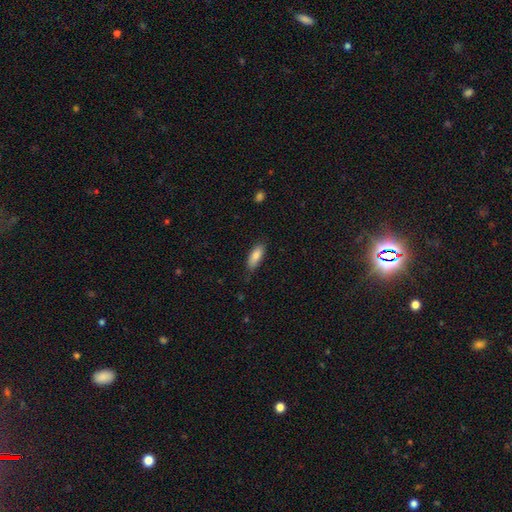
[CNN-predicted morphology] smooth 85%, featured or disk 9%, star or artifact 7%. Down the decision tree: how rounded — in between (72%); merging — none (78%).